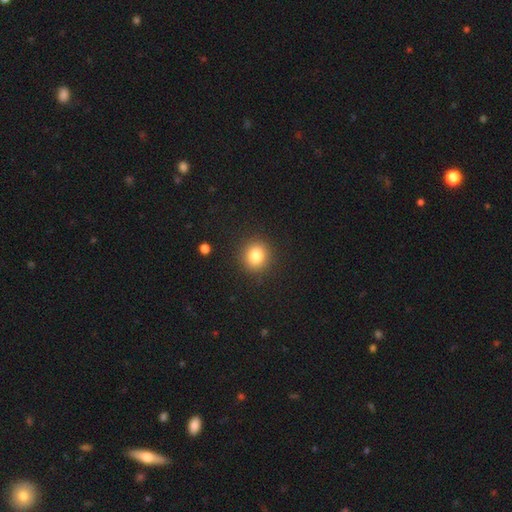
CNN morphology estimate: Overall: smooth (83%). How rounded: round (85%). Merging: none (90%).